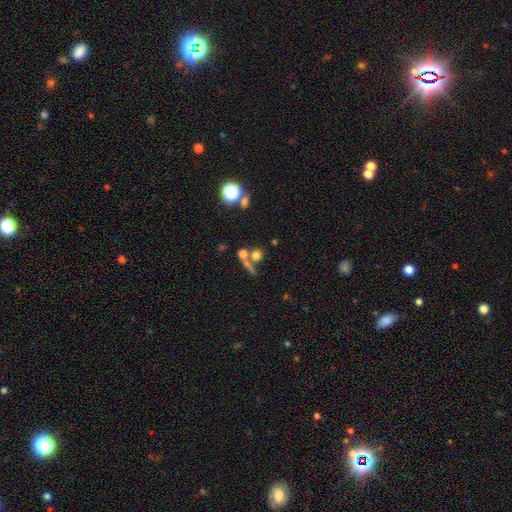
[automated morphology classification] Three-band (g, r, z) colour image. It shows a smooth galaxy with no disk features (66%) that is round (83%). Merging: none (52%).